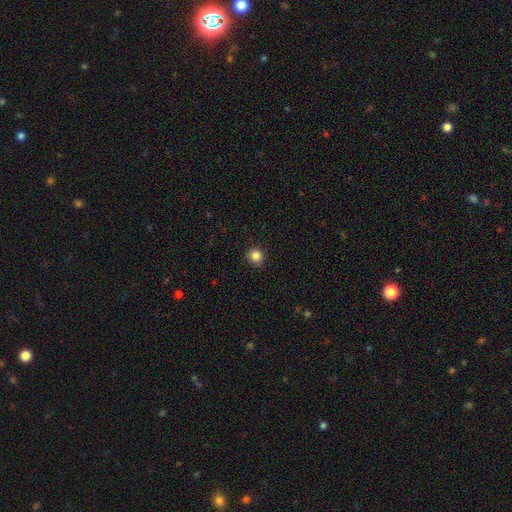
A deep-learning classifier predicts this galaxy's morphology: smooth_or_featured: smooth (p=0.85) [alt: star or artifact p=0.11]
how_rounded: round (p=0.92) [alt: in between p=0.07]
merging: none (p=0.87) [alt: minor disturbance p=0.10]